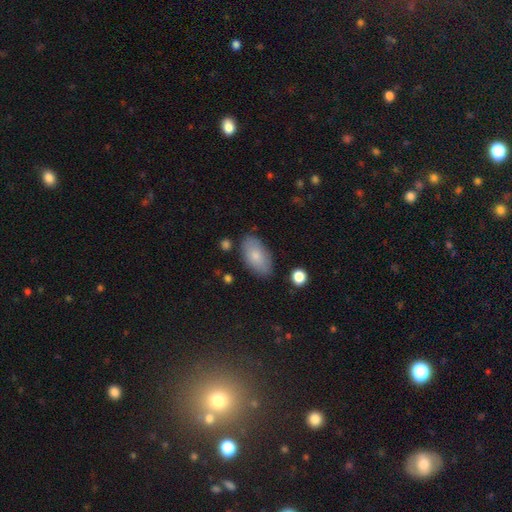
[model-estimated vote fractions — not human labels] Morphology: type=smooth (79%); roundness=in between (94%); merging=none (80%).